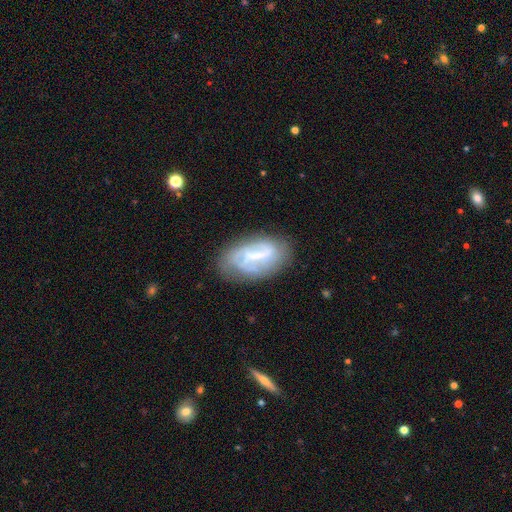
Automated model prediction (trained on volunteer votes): A featured or disk galaxy (66%) with a strong bar (46%), spiral arms (71%) and a small central bulge (42%). Merging: none (67%).